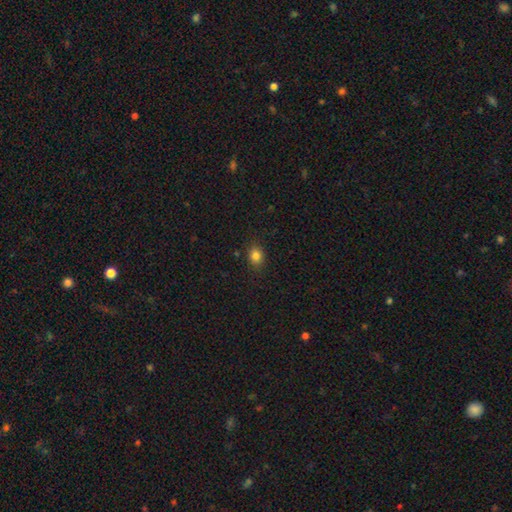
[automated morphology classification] A smooth galaxy with no disk features (82%) that is round (50%). Merging: none (86%).